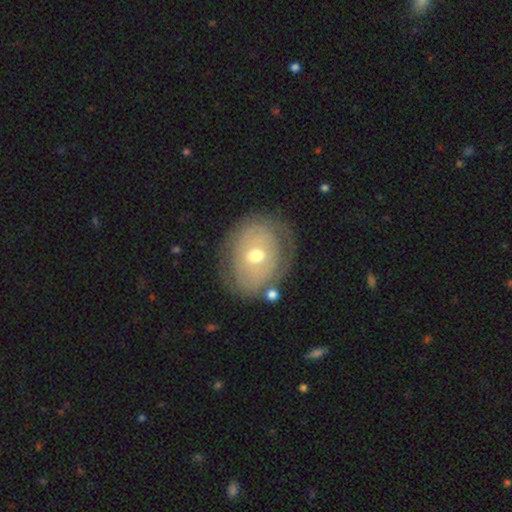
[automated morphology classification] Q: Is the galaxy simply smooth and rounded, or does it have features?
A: featured or disk — 62%.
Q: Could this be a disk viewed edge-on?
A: no — 95%.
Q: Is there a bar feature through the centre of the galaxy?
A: no — 68%.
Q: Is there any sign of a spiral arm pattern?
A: yes — 51%.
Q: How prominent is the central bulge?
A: moderate — 67%.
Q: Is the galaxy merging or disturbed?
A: none — 70%.